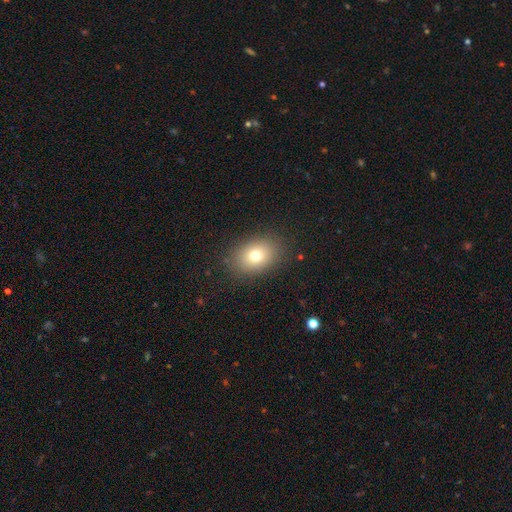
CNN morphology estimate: This appears to be a smooth galaxy with no disk features (75%) that is in between round and cigar-shaped (67%). Merging: none (86%).